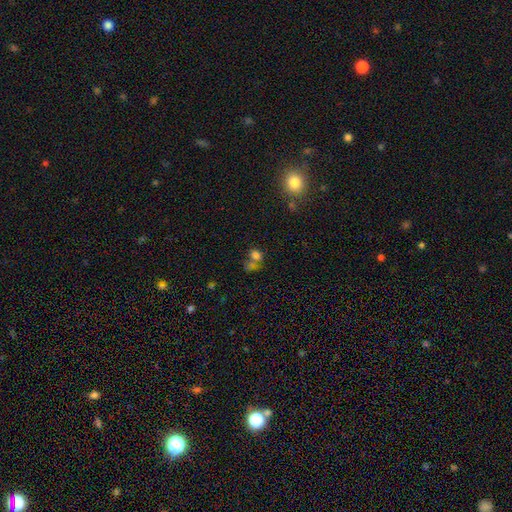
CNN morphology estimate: Smooth or featured: star or artifact — 45% (smooth — 41%)